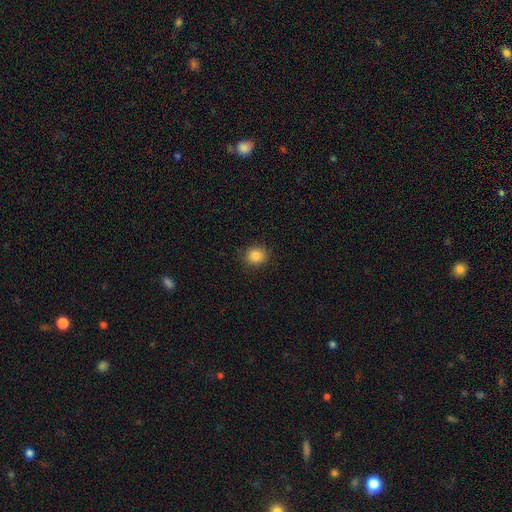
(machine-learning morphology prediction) smooth 85%, star or artifact 10%, featured or disk 4%. Down the decision tree: how rounded — round (81%); merging — none (88%).